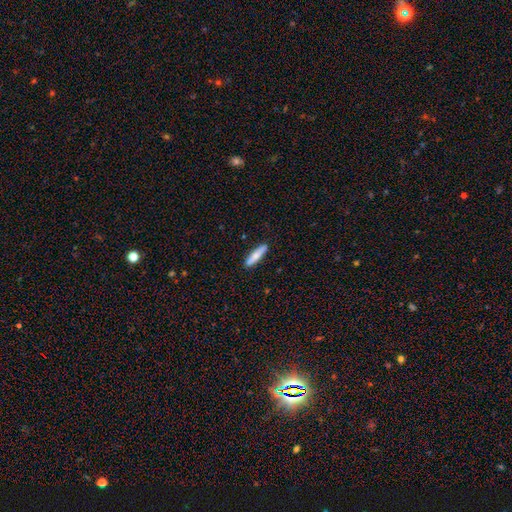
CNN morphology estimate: Smooth or featured? Predicted: smooth (p=0.73). How rounded? Predicted: cigar-shaped (p=0.82). Merging? Predicted: none (p=0.89).